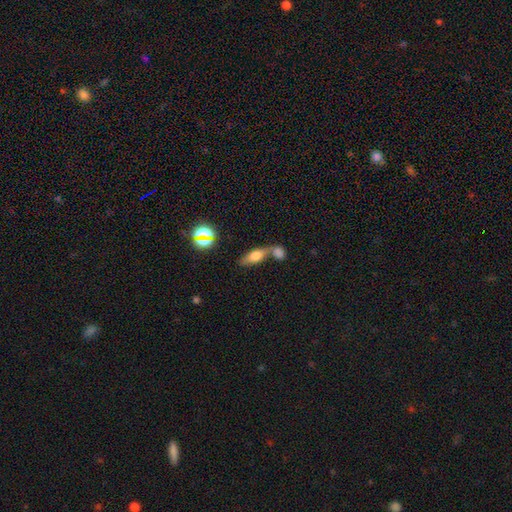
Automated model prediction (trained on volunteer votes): Morphology: type=smooth (55%); roundness=in between (64%); merging=merger (45%).